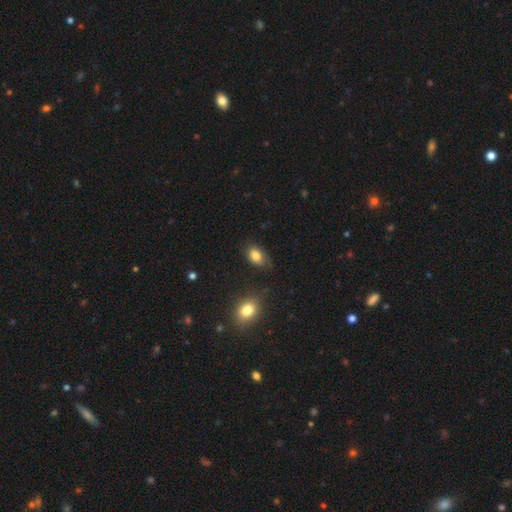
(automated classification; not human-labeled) Morphology: type=smooth (82%); roundness=in between (85%); merging=none (65%).